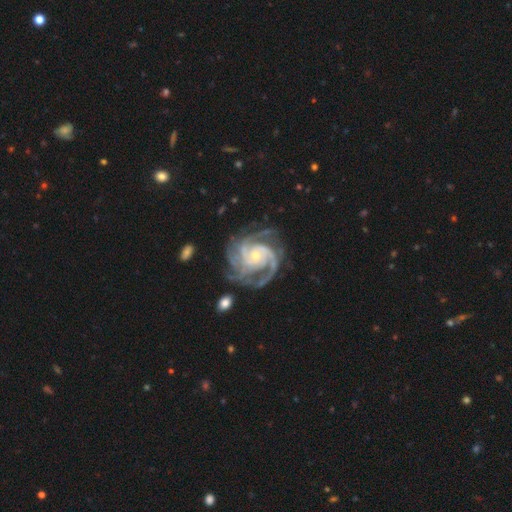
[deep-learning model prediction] Q: Smooth or featured?
A: featured or disk (94%); runner-up: star or artifact (4%)
Q: Edge-on disk?
A: no (98%); runner-up: yes (2%)
Q: Bar?
A: no (70%); runner-up: weak (22%)
Q: Spiral arms?
A: yes (99%); runner-up: no (1%)
Q: Spiral winding?
A: tight (62%); runner-up: medium (33%)
Q: Spiral arm count?
A: 3 (35%); runner-up: 4 (22%)
Q: Bulge size?
A: small (64%); runner-up: moderate (32%)
Q: Merging?
A: none (71%); runner-up: minor disturbance (17%)